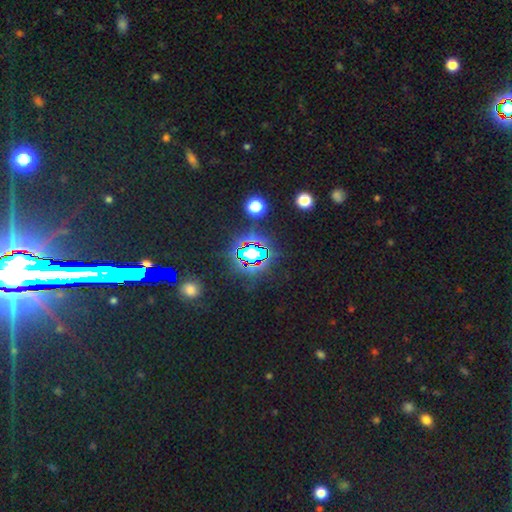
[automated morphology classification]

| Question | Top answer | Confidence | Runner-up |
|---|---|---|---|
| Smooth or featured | star or artifact | 79% | smooth (13%) |